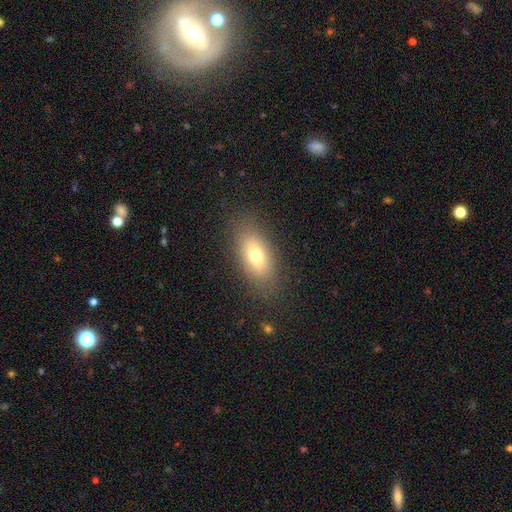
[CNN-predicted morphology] A smooth galaxy with no disk features (73%) that is in between round and cigar-shaped (84%). Merging: none (84%).